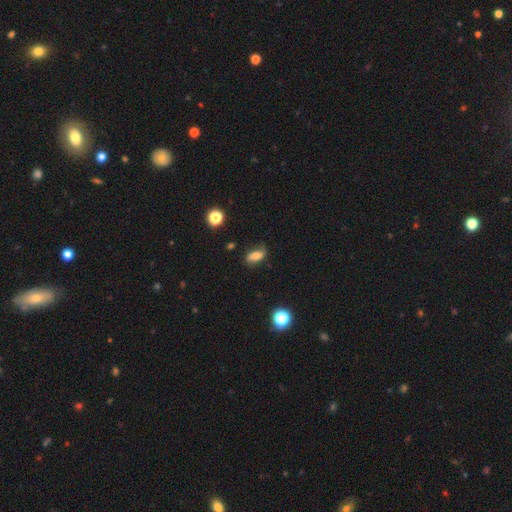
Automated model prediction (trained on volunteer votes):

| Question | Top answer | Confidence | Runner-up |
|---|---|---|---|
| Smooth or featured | smooth | 69% | featured or disk (20%) |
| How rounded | in between | 82% | cigar-shaped (10%) |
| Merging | none | 66% | minor disturbance (25%) |